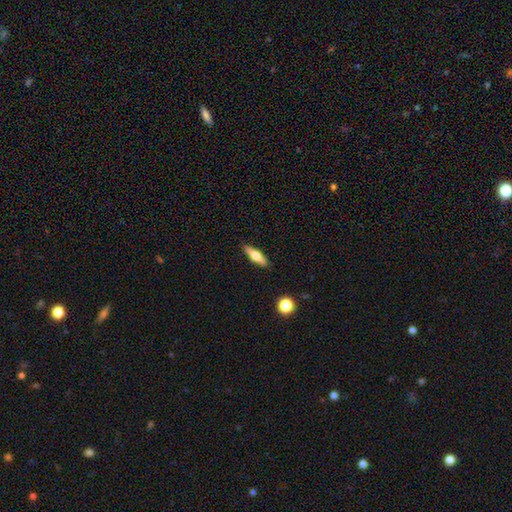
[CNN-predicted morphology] Overall: smooth (47%, tied with featured or disk). Merging: none (89%).